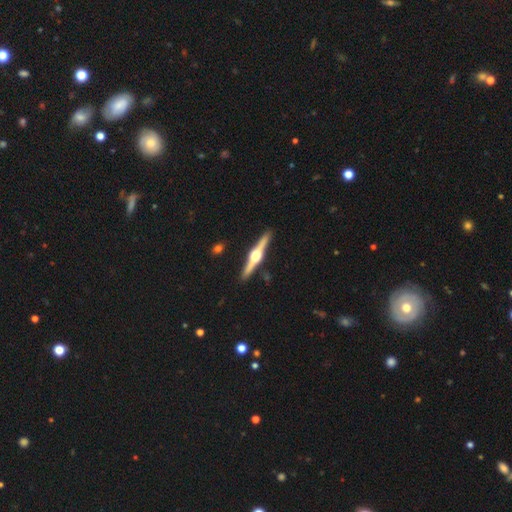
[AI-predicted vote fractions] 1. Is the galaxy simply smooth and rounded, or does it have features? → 85% featured or disk, 11% smooth, 4% star or artifact.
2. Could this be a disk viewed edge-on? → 98% yes, 2% no.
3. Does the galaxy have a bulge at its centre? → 96% rounded, 2% boxy, 1% none.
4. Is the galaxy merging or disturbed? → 92% none, 6% minor disturbance, 1% major disturbance, 1% merger.